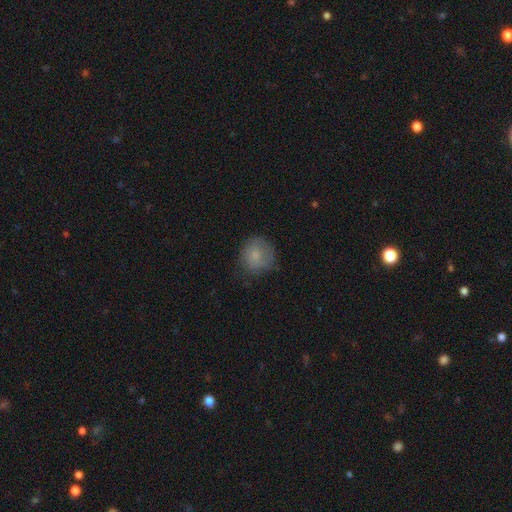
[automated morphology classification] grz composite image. It shows a smooth galaxy with no disk features (76%) that is round (82%). Merging: none (62%).